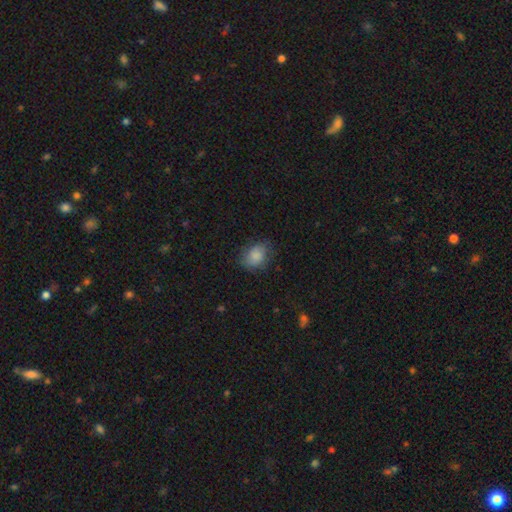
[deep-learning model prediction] Smooth or featured: smooth — 80% (featured or disk — 12%)
How rounded: in between — 62% (round — 37%)
Merging: none — 69% (minor disturbance — 22%)